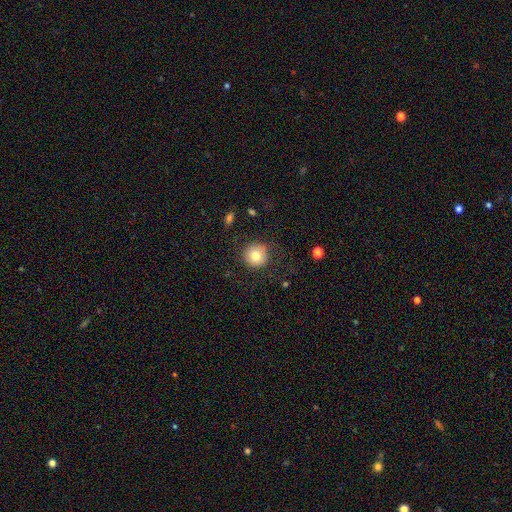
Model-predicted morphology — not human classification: type=smooth (78%); roundness=round (95%); merging=none (83%).